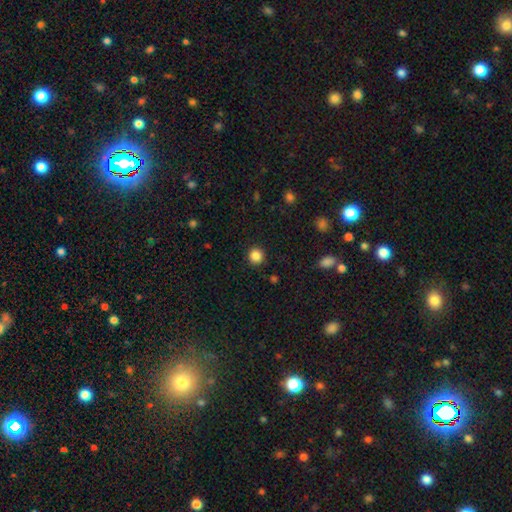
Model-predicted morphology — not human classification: Q: Smooth or featured?
A: smooth (86%); runner-up: star or artifact (11%)
Q: How rounded?
A: round (92%); runner-up: in between (7%)
Q: Merging?
A: none (92%); runner-up: minor disturbance (5%)